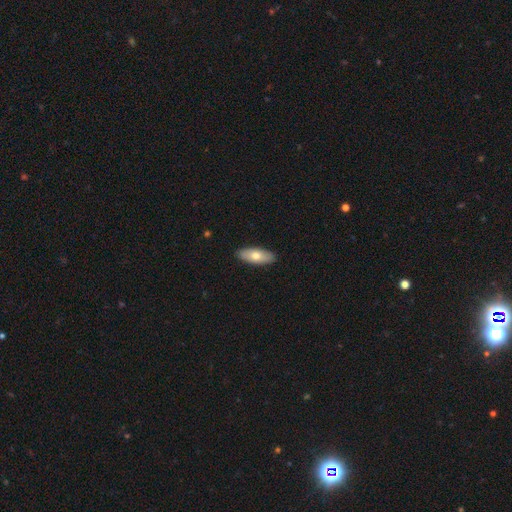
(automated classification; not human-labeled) smooth-or-featured: smooth: 70% | featured or disk: 24% | star or artifact: 5%
  how-rounded: in between: 79% | cigar-shaped: 18% | round: 2%
  merging: none: 90% | minor disturbance: 8% | major disturbance: 2% | merger: 1%